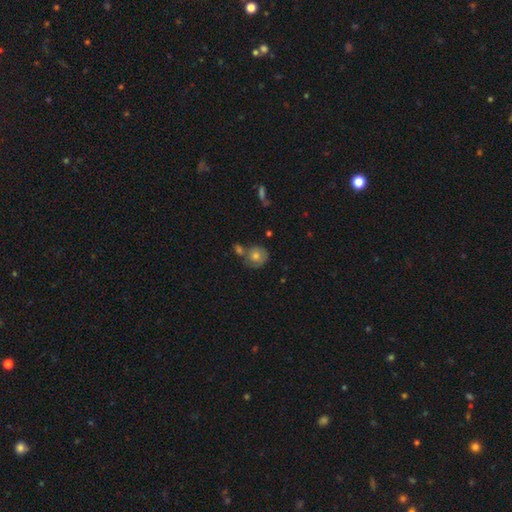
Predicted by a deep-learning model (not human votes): Morphology: type=smooth (64%); roundness=round (82%); merging=none (51%).